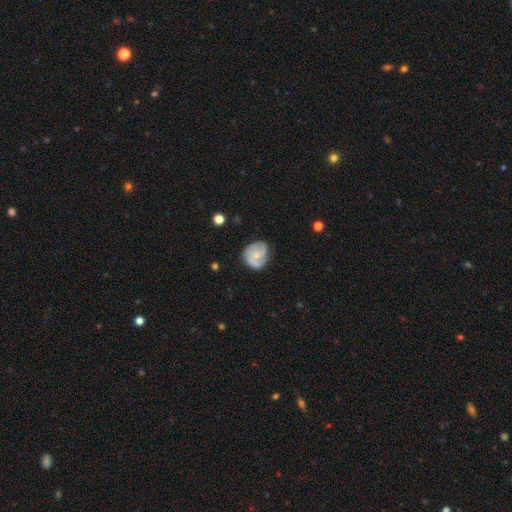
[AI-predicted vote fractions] smooth_or_featured: featured or disk (p=0.61) [alt: smooth p=0.32]
disk_edge_on: no (p=0.98) [alt: yes p=0.02]
bar: no (p=0.75) [alt: weak p=0.22]
has_spiral_arms: yes (p=0.86) [alt: no p=0.14]
spiral_winding: tight (p=0.43) [alt: medium p=0.40]
spiral_arm_count: 2 (p=0.34) [alt: 3 p=0.29]
bulge_size: small (p=0.63) [alt: moderate p=0.29]
merging: none (p=0.63) [alt: minor disturbance p=0.25]